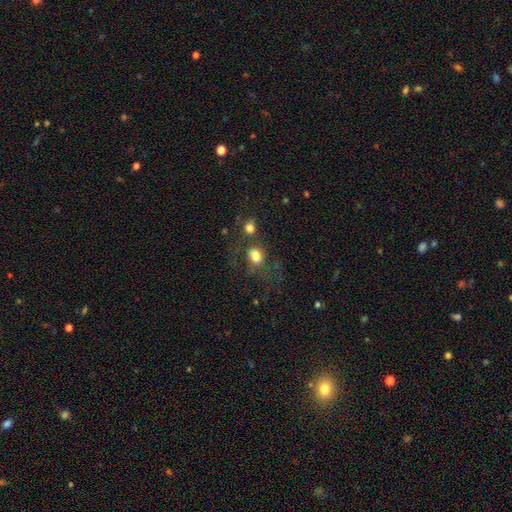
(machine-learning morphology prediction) The model was most divided on "merging": none: 35%, merger: 29%, major disturbance: 20%, minor disturbance: 16%. More confident: smooth or featured — smooth (74%); how rounded — round (53%).